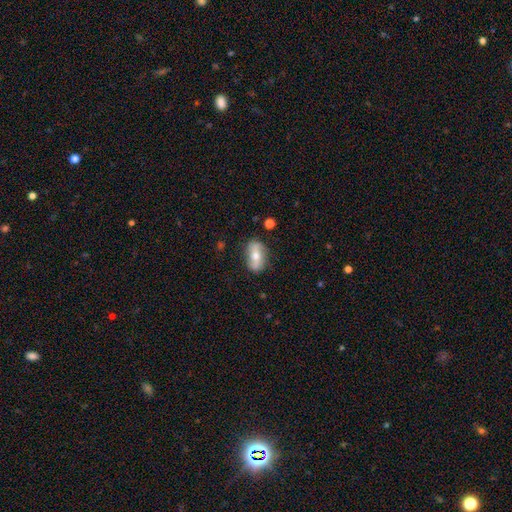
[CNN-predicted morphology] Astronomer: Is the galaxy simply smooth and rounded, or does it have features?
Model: featured or disk — 48% (runner-up: smooth, 45%).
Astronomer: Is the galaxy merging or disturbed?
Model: none — 78%.